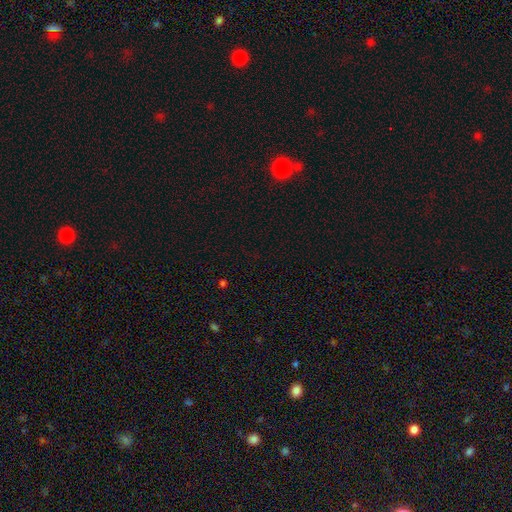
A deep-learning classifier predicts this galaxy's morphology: star or artifact 69%, smooth 24%, featured or disk 7%.